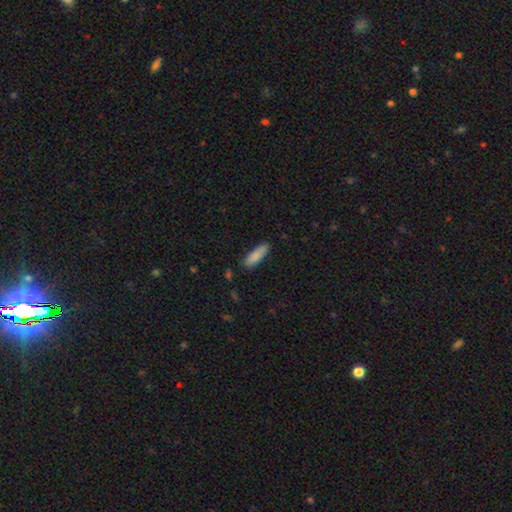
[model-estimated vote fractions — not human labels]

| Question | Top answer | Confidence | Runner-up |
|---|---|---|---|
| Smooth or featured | smooth | 86% | featured or disk (8%) |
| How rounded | cigar-shaped | 51% | in between (48%) |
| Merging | none | 82% | minor disturbance (14%) |